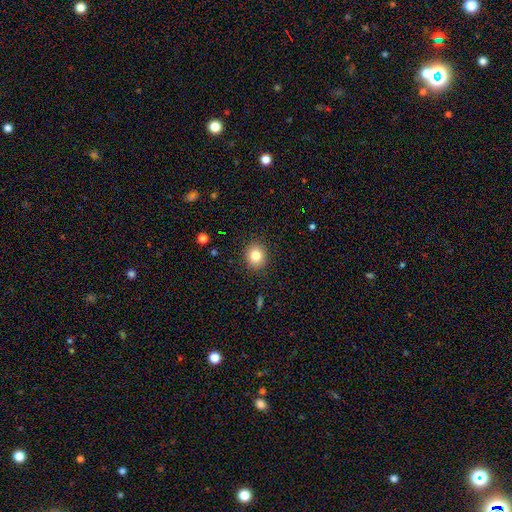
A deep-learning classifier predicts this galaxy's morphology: A smooth galaxy with no disk features (82%) that is round (73%). Merging: none (90%).